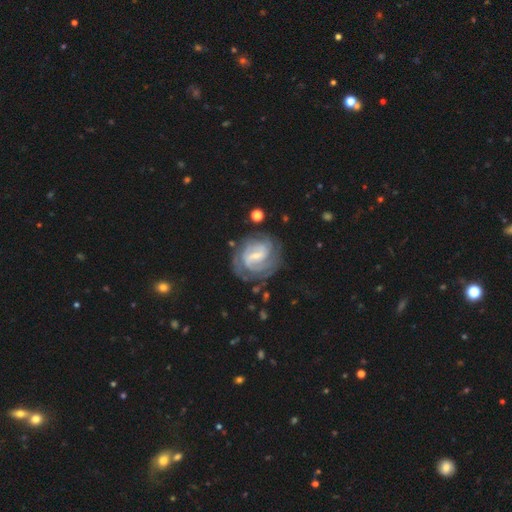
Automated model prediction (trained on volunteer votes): Morphology: type=featured or disk (87%); edge-on=no (97%); bar=weak (51%); spiral arms=yes (95%); winding=tight (61%); arm count=2 (34%); bulge=small (71%); merging=none (71%).